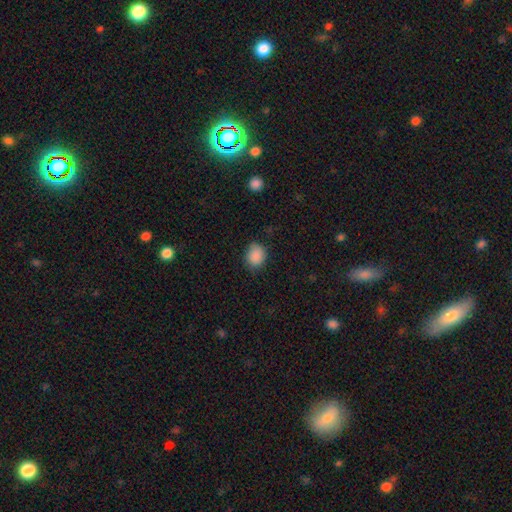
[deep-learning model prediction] A smooth galaxy with no disk features (88%) that is round (54%).

Vote fractions:
- Smooth or featured? smooth: 88% / star or artifact: 9% / featured or disk: 3%
- How rounded? round: 54% / in between: 45% / cigar-shaped: 1%
- Merging? none: 77% / minor disturbance: 18% / major disturbance: 4% / merger: 1%